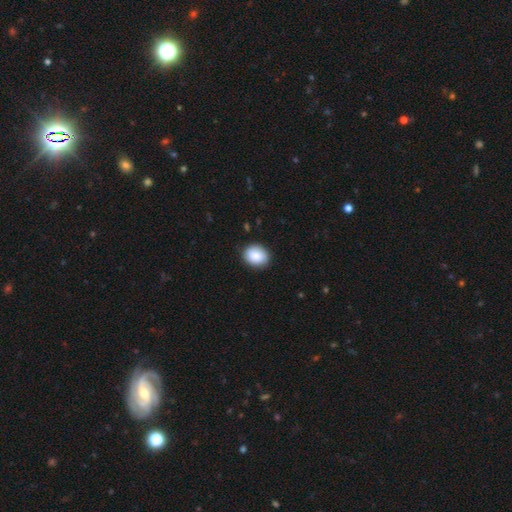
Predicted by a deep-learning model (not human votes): Smooth or featured? Predicted: smooth (p=0.87). How rounded? Predicted: round (p=0.54). Merging? Predicted: none (p=0.88).